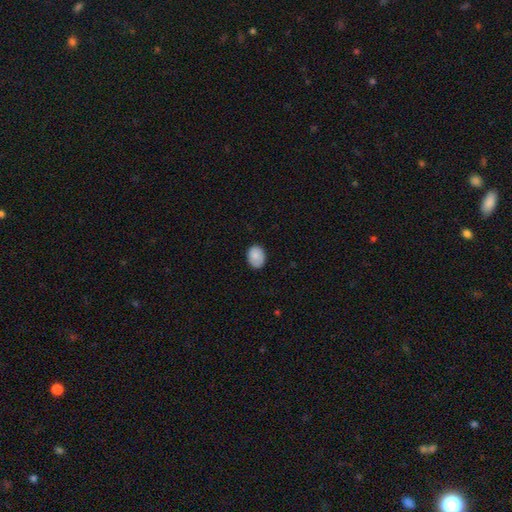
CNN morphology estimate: smooth-or-featured: smooth: 86% | star or artifact: 7% | featured or disk: 7%
  how-rounded: in between: 68% | round: 31% | cigar-shaped: 1%
  merging: none: 80% | minor disturbance: 16% | major disturbance: 3% | merger: 1%